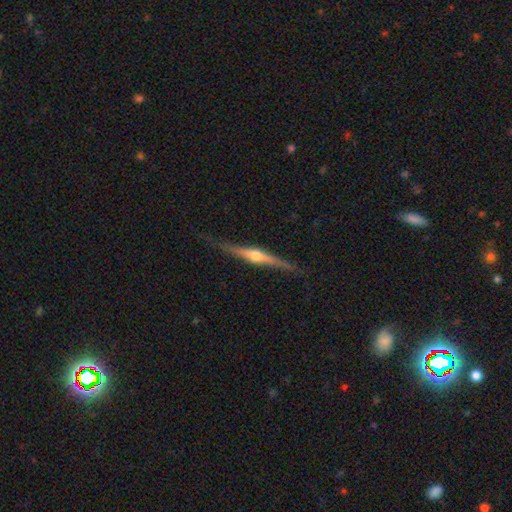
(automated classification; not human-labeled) Smooth or featured? featured or disk (79%)
Edge-on disk? yes (98%)
Edge-on bulge? rounded (92%)
Merging? none (85%)